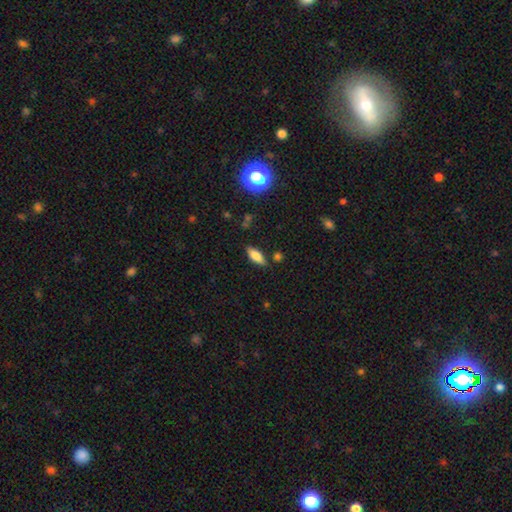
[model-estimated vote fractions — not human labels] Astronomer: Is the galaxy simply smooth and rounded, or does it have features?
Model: smooth — 76%.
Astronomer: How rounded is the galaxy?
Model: in between — 75%.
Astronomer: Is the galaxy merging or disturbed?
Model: none — 82%.